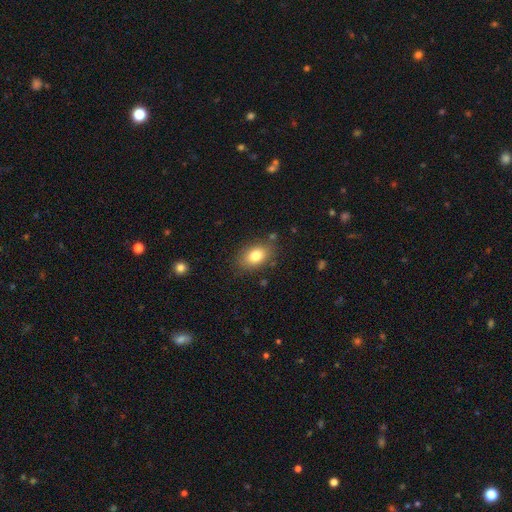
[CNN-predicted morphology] A smooth galaxy with no disk features (81%) that is in between round and cigar-shaped (84%).

Vote fractions:
- Smooth or featured? smooth: 81% / featured or disk: 11% / star or artifact: 9%
- How rounded? in between: 84% / round: 14% / cigar-shaped: 1%
- Merging? none: 81% / minor disturbance: 13% / major disturbance: 4% / merger: 3%